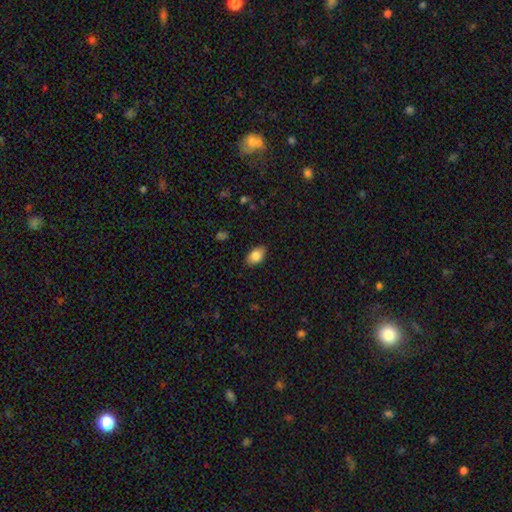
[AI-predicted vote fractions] This appears to be a smooth galaxy with no disk features (83%) that is in between round and cigar-shaped (90%). Merging: none (87%).